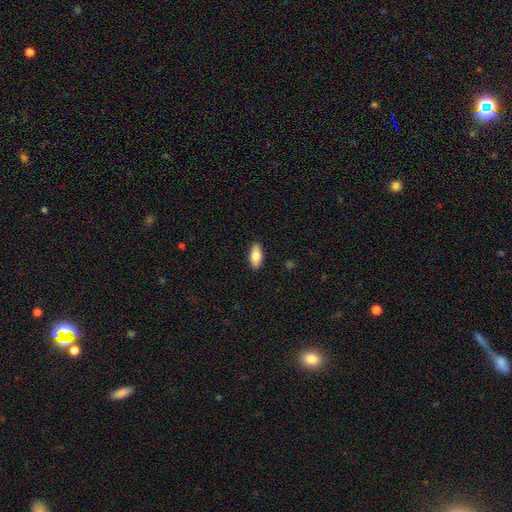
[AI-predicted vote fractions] Smooth or featured: smooth — 83% (featured or disk — 11%)
How rounded: in between — 89% (cigar-shaped — 9%)
Merging: none — 89% (minor disturbance — 8%)